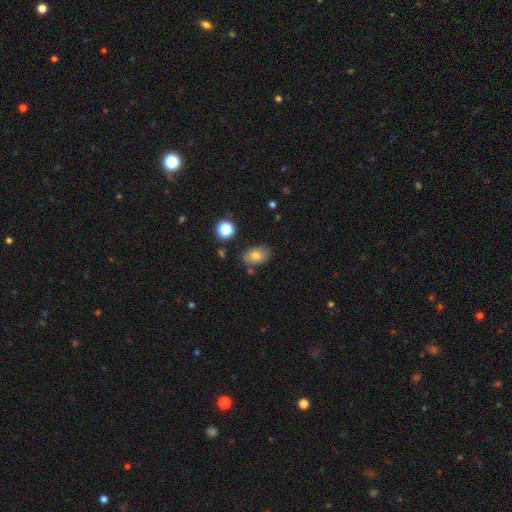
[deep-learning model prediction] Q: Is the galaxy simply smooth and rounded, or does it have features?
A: smooth — 75%.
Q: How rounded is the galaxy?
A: in between — 87%.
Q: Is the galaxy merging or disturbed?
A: none — 76%.